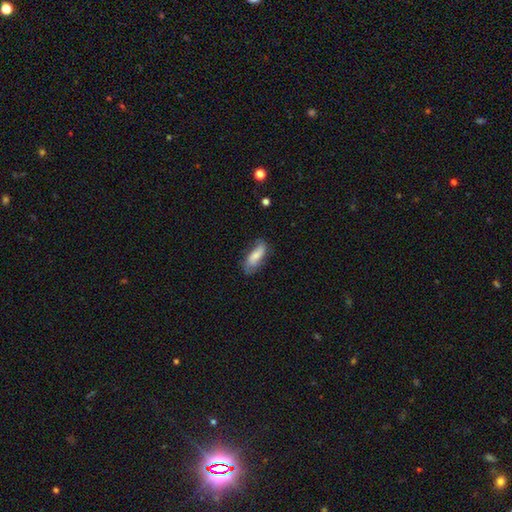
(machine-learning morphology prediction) A smooth galaxy with no disk features (62%) that is in between round and cigar-shaped (72%).

Vote fractions:
- Smooth or featured? smooth: 62% / featured or disk: 31% / star or artifact: 7%
- How rounded? in between: 72% / cigar-shaped: 25% / round: 2%
- Merging? none: 66% / minor disturbance: 25% / major disturbance: 7% / merger: 2%